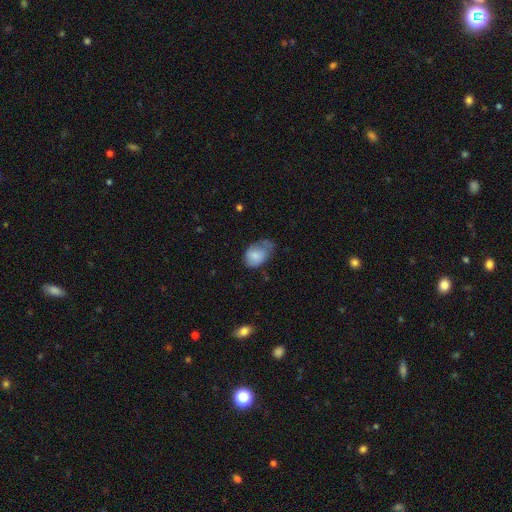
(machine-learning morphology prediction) This is likely a smooth galaxy (76%). How rounded: clearly in between (84%). Merging: marginally minor disturbance (41%).